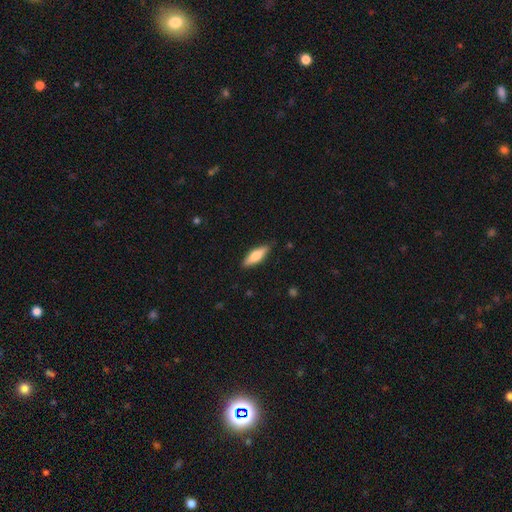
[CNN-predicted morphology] A smooth galaxy with no disk features (64%) that is in between round and cigar-shaped (51%). Merging: none (86%).